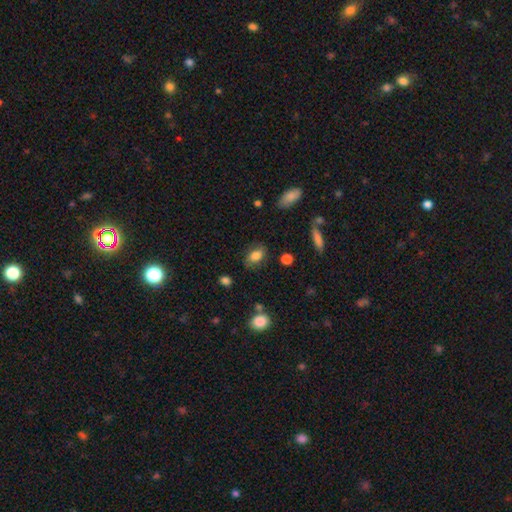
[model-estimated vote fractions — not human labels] Q: Smooth or featured?
A: smooth (78%); runner-up: featured or disk (13%)
Q: How rounded?
A: in between (84%); runner-up: round (13%)
Q: Merging?
A: none (74%); runner-up: minor disturbance (18%)